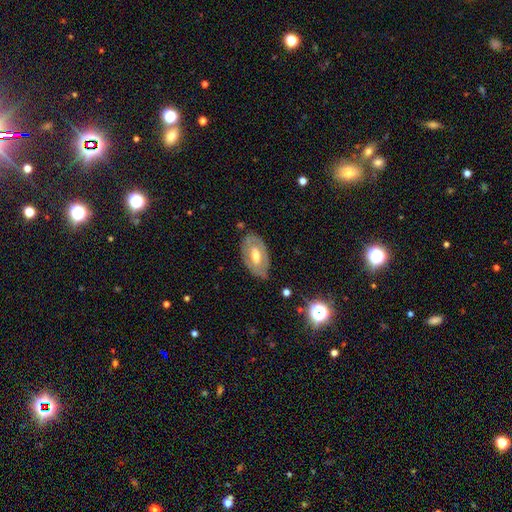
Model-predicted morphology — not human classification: featured or disk 59%, smooth 36%, star or artifact 6%. Down the decision tree: edge-on disk — no (89%); bar — no (50%); spiral arms — no (68%); bulge size — moderate (64%); merging — none (75%).